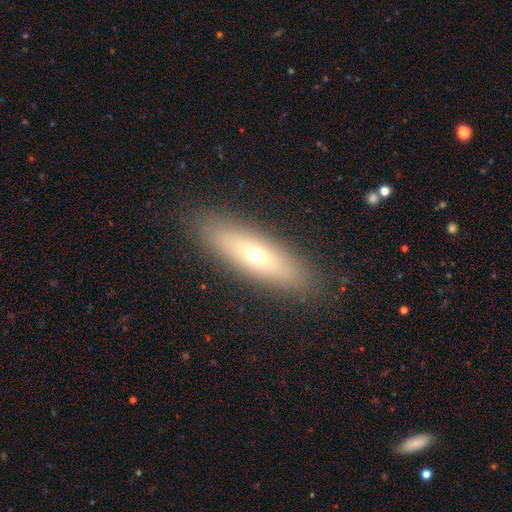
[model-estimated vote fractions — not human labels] The model was most divided on "smooth or featured": smooth: 55%, featured or disk: 36%, star or artifact: 9%. More confident: merging — none (88%); how rounded — cigar-shaped (61%).